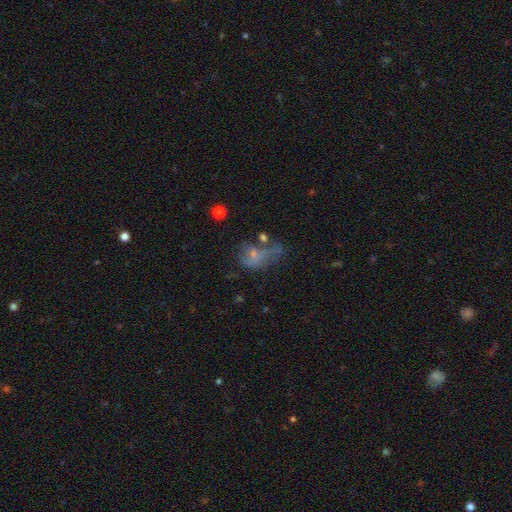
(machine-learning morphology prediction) This is possibly a smooth galaxy (47%). Merging: marginally major disturbance (38%).